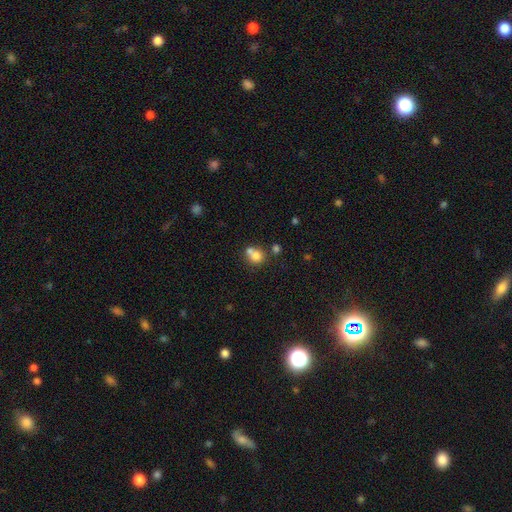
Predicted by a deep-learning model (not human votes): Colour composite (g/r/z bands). It shows a smooth galaxy with no disk features (75%) that is round (82%). Merging: merger (50%).